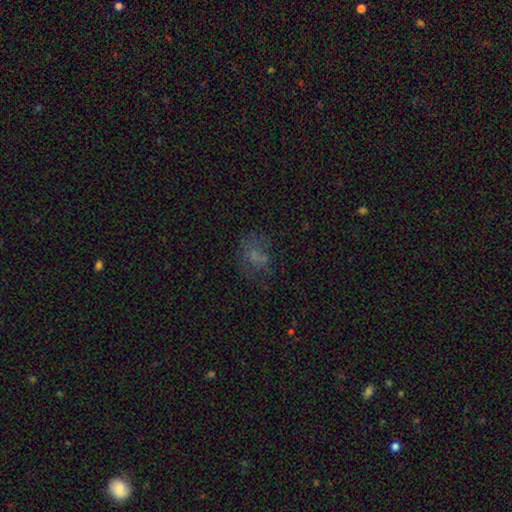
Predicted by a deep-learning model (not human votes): This is possibly a smooth galaxy (47%). Merging: possibly none (47%).